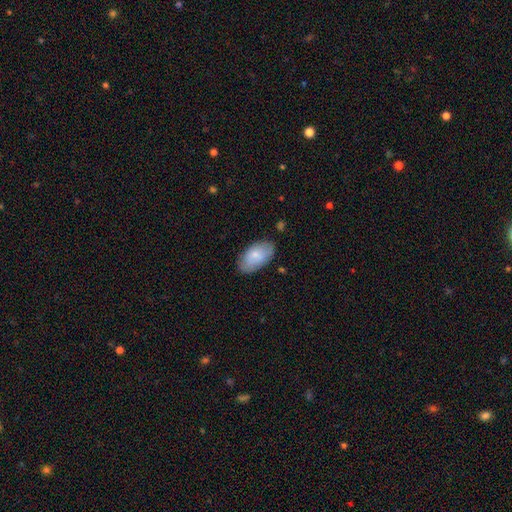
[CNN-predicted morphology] type=smooth (76%); roundness=in between (95%); merging=none (77%).